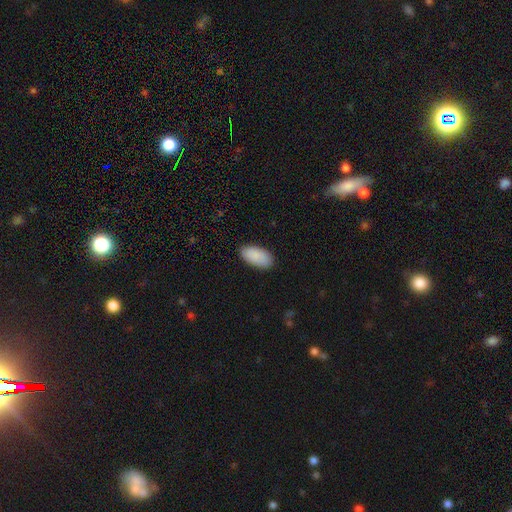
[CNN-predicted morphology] Smooth or featured: smooth — 90% (star or artifact — 6%)
How rounded: in between — 95% (cigar-shaped — 3%)
Merging: none — 85% (minor disturbance — 11%)